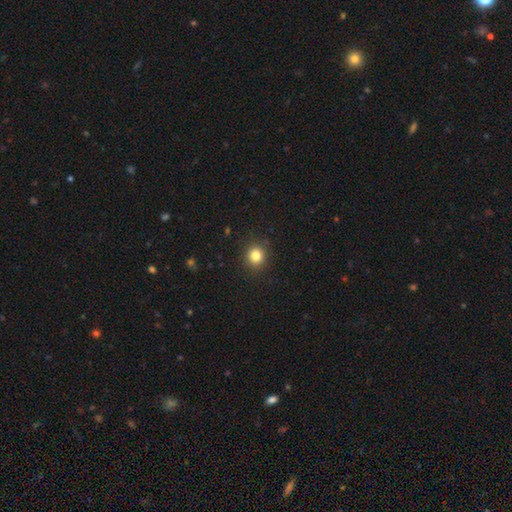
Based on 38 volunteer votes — Q: Smooth or featured?
A: smooth (89%); runner-up: star or artifact (8%)
Q: How rounded?
A: round (88%); runner-up: in between (12%)
Q: Merging?
A: none (97%); runner-up: merger (3%)